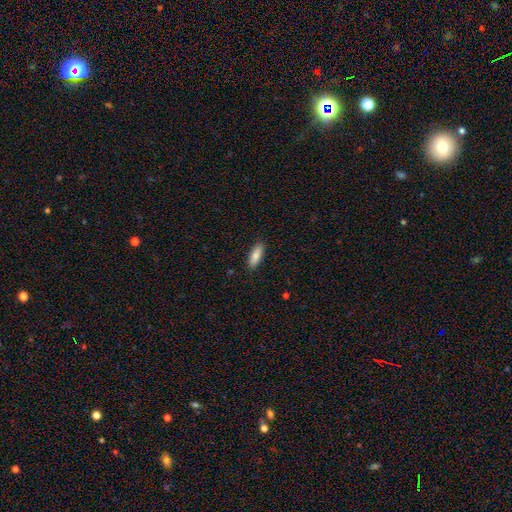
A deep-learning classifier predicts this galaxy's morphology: The model was most divided on "how rounded": in between: 67%, cigar-shaped: 32%, round: 2%. More confident: merging — none (88%); smooth or featured — smooth (84%).